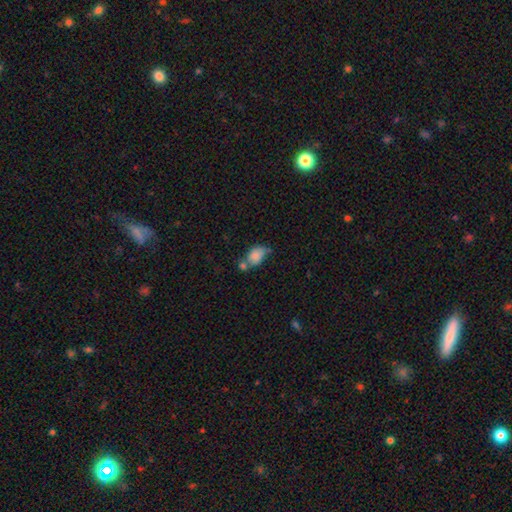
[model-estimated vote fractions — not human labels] The model was most divided on "merging": merger: 40%, none: 32%, minor disturbance: 20%, major disturbance: 9%. More confident: how rounded — in between (81%); smooth or featured — smooth (80%).